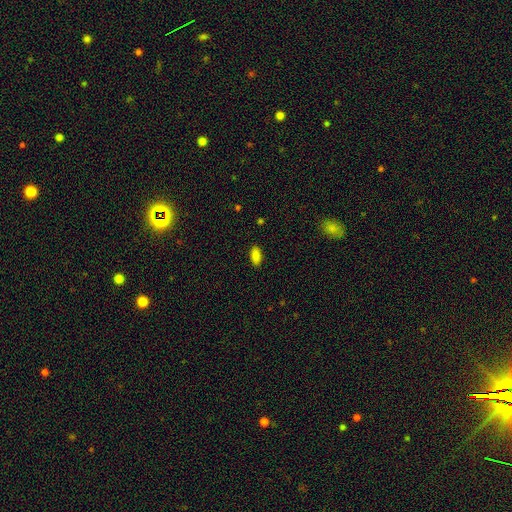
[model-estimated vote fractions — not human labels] A smooth galaxy with no disk features (86%) that is in between round and cigar-shaped (91%). Merging: none (89%).